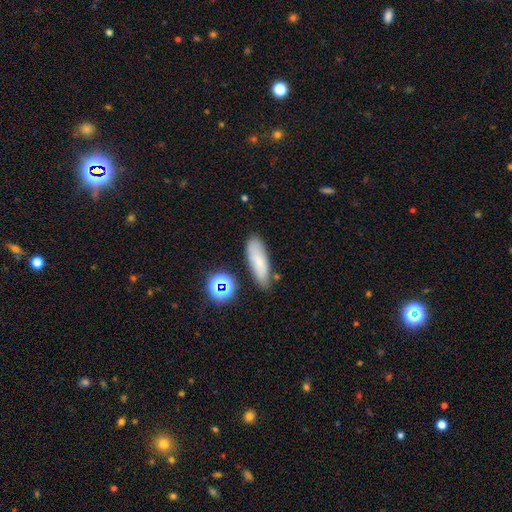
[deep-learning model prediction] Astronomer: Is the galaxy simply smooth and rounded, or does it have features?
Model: smooth — 70%.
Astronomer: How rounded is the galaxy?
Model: in between — 55% (runner-up: cigar-shaped, 41%).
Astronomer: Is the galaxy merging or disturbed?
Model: none — 75%.